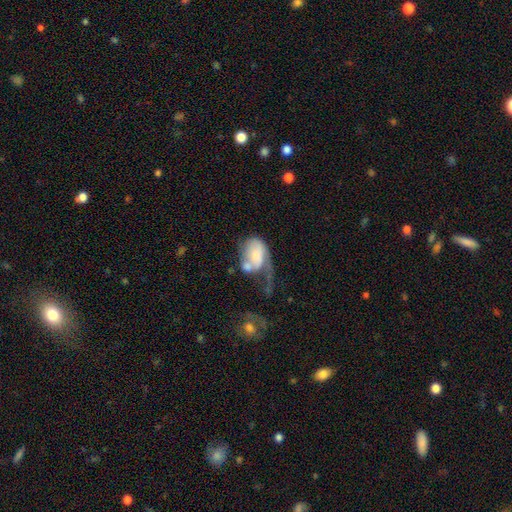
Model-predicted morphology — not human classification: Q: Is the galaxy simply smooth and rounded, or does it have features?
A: smooth — 53%.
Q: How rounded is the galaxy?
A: in between — 83%.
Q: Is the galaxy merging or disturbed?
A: major disturbance — 48%.